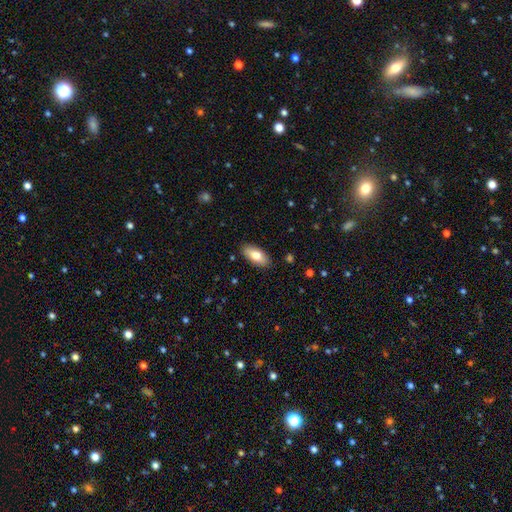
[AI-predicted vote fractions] This is likely a smooth galaxy (78%). How rounded: clearly in between (90%). Merging: clearly none (88%).